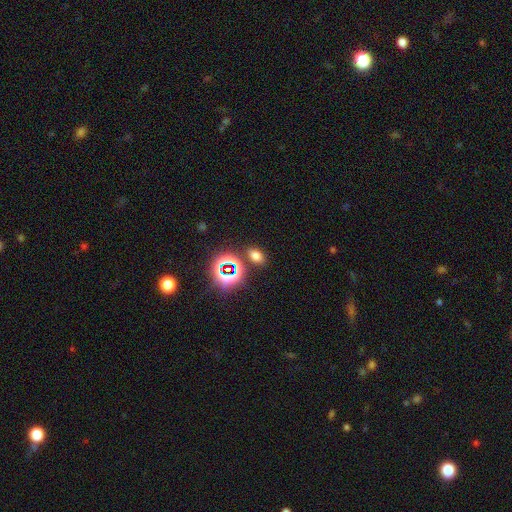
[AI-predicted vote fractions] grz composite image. It shows a smooth galaxy with no disk features (64%) that is in between round and cigar-shaped (80%). Merging: none (80%).